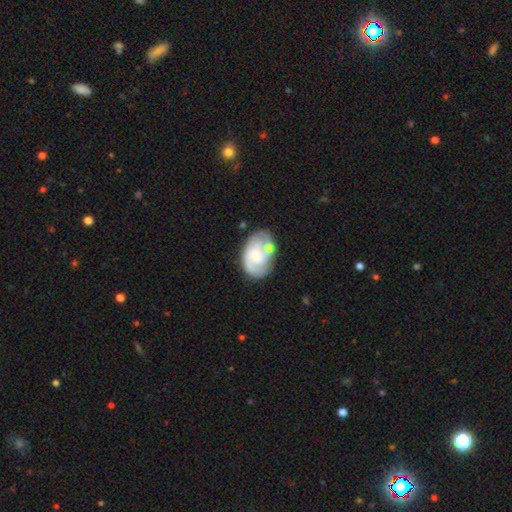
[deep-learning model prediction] Overall: featured or disk (67%). Edge-on disk: no (97%). Bar: no (60%; weak 34%). Spiral arms: yes (88%). Spiral arm count: 2 (62%). Spiral winding: medium (44%; tight 35%). Bulge size: small (40%; moderate 31%). Merging: none (53%; minor disturbance 20%).